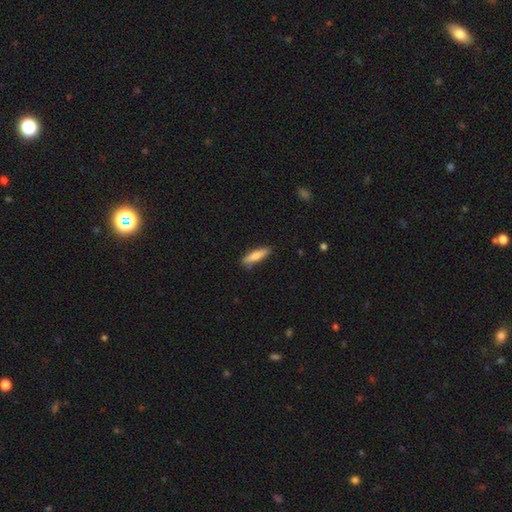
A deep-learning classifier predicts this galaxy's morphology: smooth_or_featured: smooth (p=0.77) [alt: featured or disk p=0.17]
how_rounded: cigar-shaped (p=0.69) [alt: in between p=0.29]
merging: none (p=0.83) [alt: minor disturbance p=0.13]